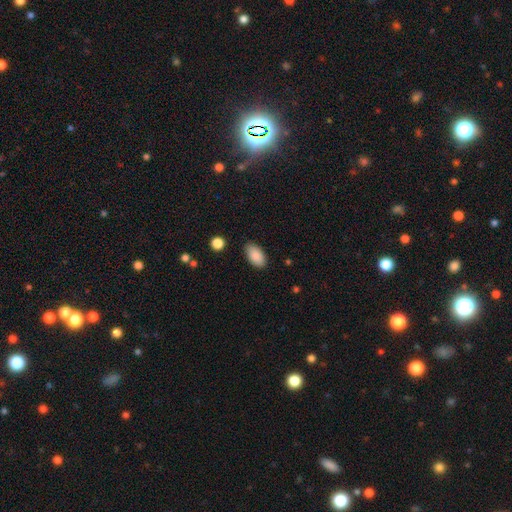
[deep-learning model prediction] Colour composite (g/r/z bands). It shows a smooth galaxy with no disk features (89%) that is in between round and cigar-shaped (94%). Merging: none (84%).